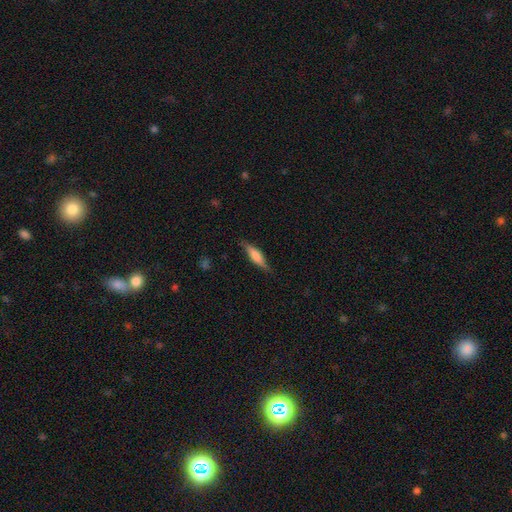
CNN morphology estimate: smooth_or_featured: smooth (p=0.60) [alt: featured or disk p=0.33]
how_rounded: cigar-shaped (p=0.70) [alt: in between p=0.28]
merging: none (p=0.79) [alt: minor disturbance p=0.16]